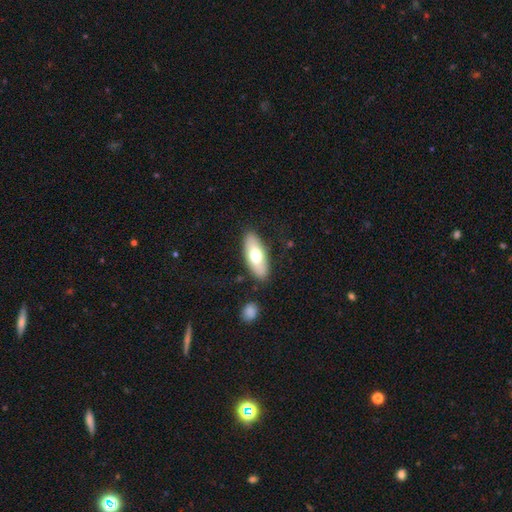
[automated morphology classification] The model was most divided on "smooth or featured": smooth: 66%, featured or disk: 28%, star or artifact: 6%. More confident: merging — none (84%); how rounded — in between (80%).